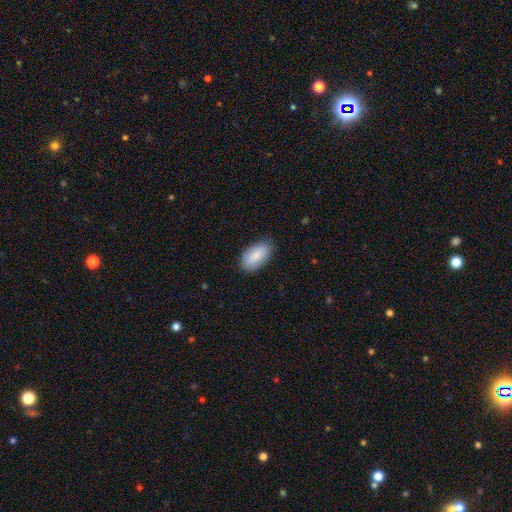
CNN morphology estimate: smooth 86%, featured or disk 8%, star or artifact 6%. Down the decision tree: how rounded — in between (95%); merging — none (79%).